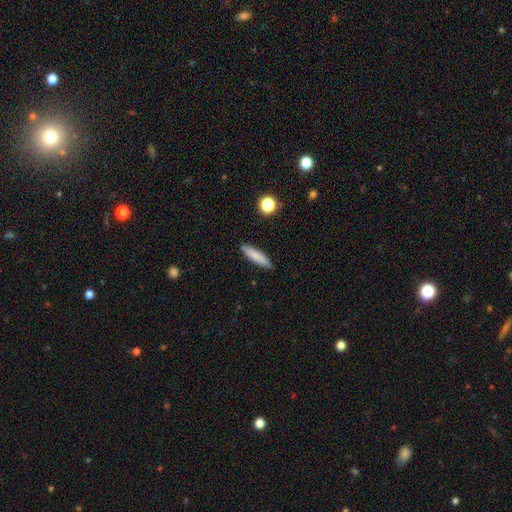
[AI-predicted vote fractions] A smooth galaxy with no disk features (81%) that is cigar-shaped (81%).

Vote fractions:
- Smooth or featured? smooth: 81% / featured or disk: 12% / star or artifact: 7%
- How rounded? cigar-shaped: 81% / in between: 18% / round: 2%
- Merging? none: 88% / minor disturbance: 9% / major disturbance: 2% / merger: 1%